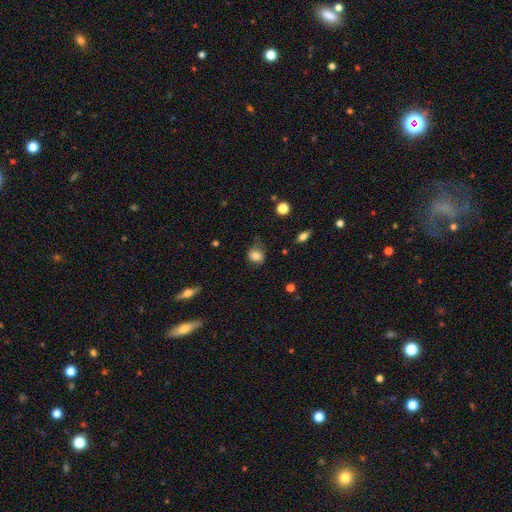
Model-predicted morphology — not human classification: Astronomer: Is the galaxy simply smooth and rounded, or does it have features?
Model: smooth — 80%.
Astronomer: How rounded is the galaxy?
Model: round — 62% (runner-up: in between, 37%).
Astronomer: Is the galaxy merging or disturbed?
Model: none — 58%.